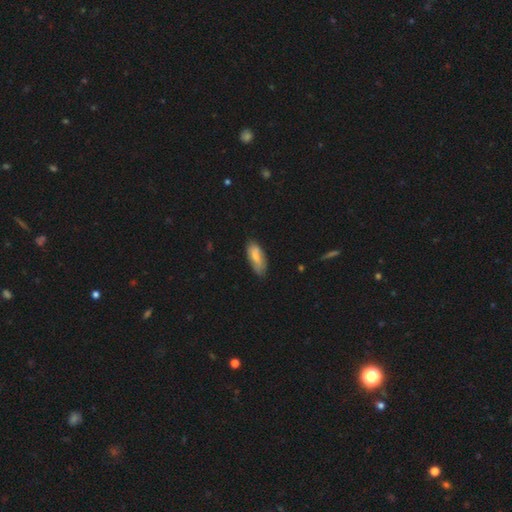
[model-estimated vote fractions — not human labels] A smooth galaxy with no disk features (65%) that is in between round and cigar-shaped (80%).

Vote fractions:
- Smooth or featured? smooth: 65% / featured or disk: 29% / star or artifact: 6%
- How rounded? in between: 80% / cigar-shaped: 18% / round: 2%
- Merging? none: 71% / minor disturbance: 23% / major disturbance: 4% / merger: 2%